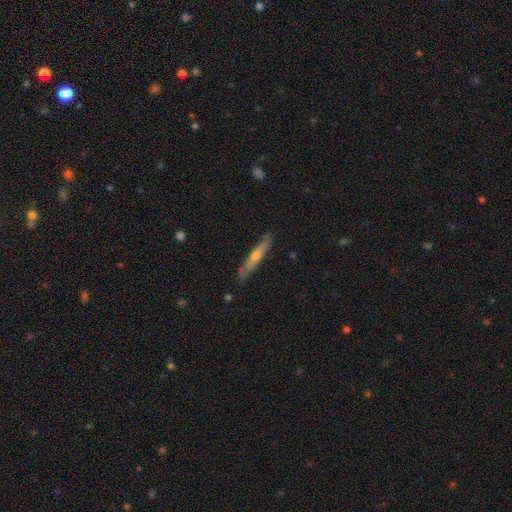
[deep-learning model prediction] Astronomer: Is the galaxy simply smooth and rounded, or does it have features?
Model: featured or disk — 60%.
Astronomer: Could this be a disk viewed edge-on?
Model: yes — 87%.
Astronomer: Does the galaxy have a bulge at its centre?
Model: rounded — 69%.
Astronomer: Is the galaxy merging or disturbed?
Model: none — 84%.